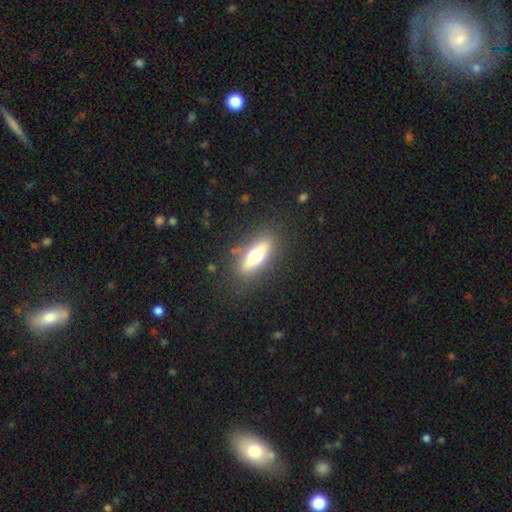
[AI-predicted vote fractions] Overall: smooth (50%; featured or disk 42%). How rounded: in between (51%; cigar-shaped 45%). Merging: none (83%).